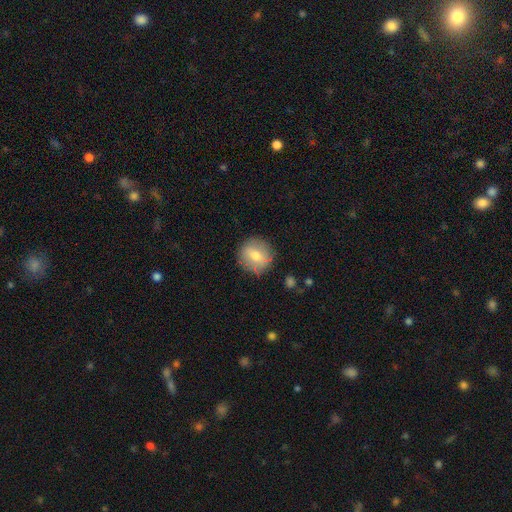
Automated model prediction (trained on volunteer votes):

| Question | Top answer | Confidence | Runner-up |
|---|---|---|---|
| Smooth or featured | smooth | 68% | featured or disk (23%) |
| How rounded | round | 90% | in between (9%) |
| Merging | none | 83% | minor disturbance (12%) |